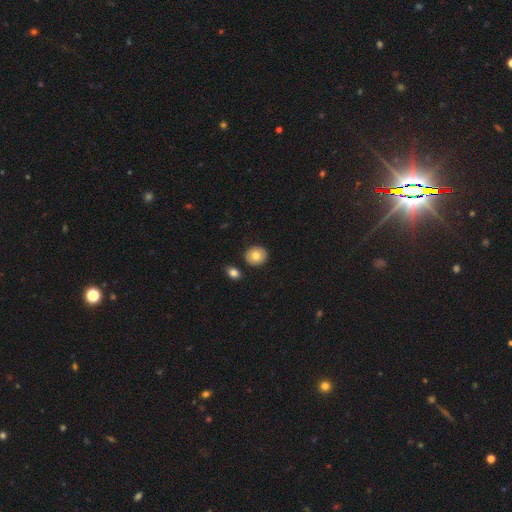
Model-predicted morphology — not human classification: smooth-or-featured: smooth: 80% | featured or disk: 12% | star or artifact: 8%
  how-rounded: round: 74% | in between: 25% | cigar-shaped: 1%
  merging: none: 86% | minor disturbance: 7% | merger: 4% | major disturbance: 2%